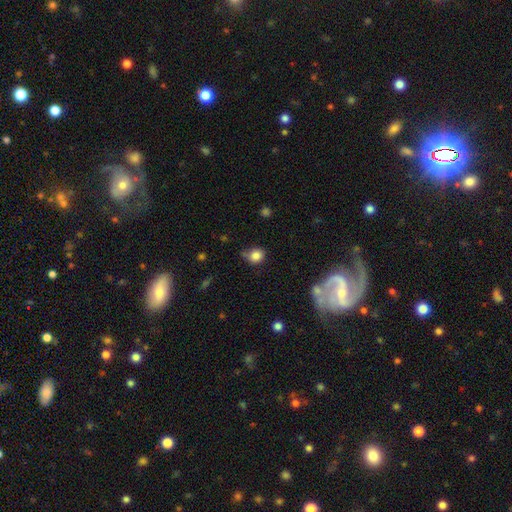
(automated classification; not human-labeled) A smooth galaxy with no disk features (83%) that is round (69%).

Vote fractions:
- Smooth or featured? smooth: 83% / star or artifact: 10% / featured or disk: 6%
- How rounded? round: 69% / in between: 30% / cigar-shaped: 1%
- Merging? none: 55% / minor disturbance: 32% / major disturbance: 9% / merger: 5%